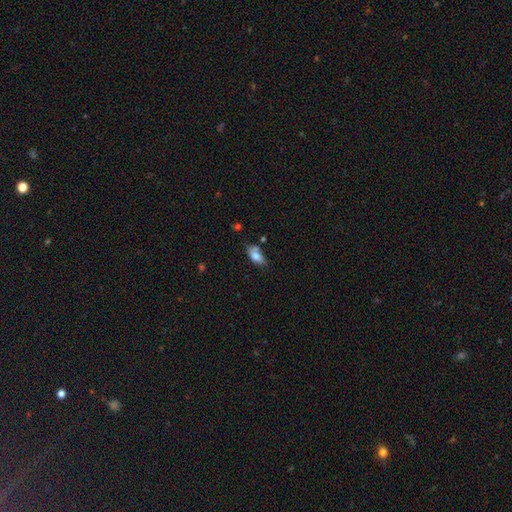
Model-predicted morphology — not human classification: Q: Smooth or featured?
A: smooth (75%); runner-up: featured or disk (17%)
Q: How rounded?
A: in between (88%); runner-up: cigar-shaped (8%)
Q: Merging?
A: none (52%); runner-up: minor disturbance (27%)